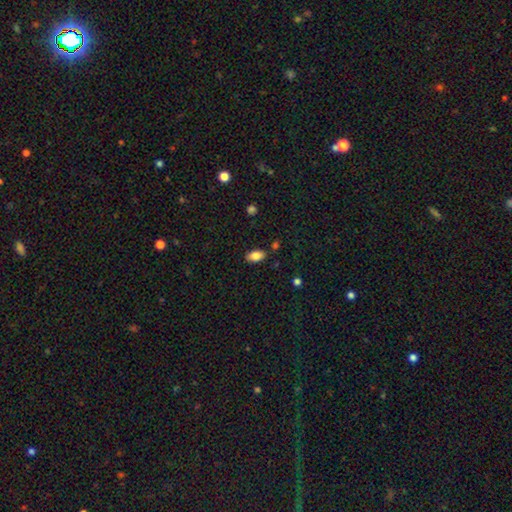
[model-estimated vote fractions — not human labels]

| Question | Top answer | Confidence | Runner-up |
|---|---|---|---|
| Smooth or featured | smooth | 84% | star or artifact (8%) |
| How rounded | in between | 93% | round (5%) |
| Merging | none | 84% | minor disturbance (11%) |